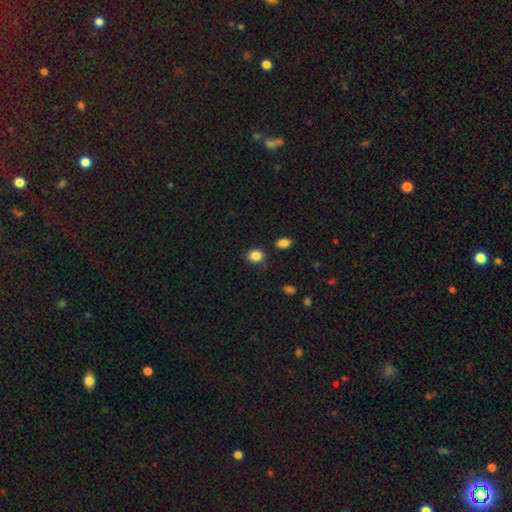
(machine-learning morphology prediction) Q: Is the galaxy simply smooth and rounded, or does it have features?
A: smooth — 86%.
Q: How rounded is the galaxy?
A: round — 60%.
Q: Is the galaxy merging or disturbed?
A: none — 80%.